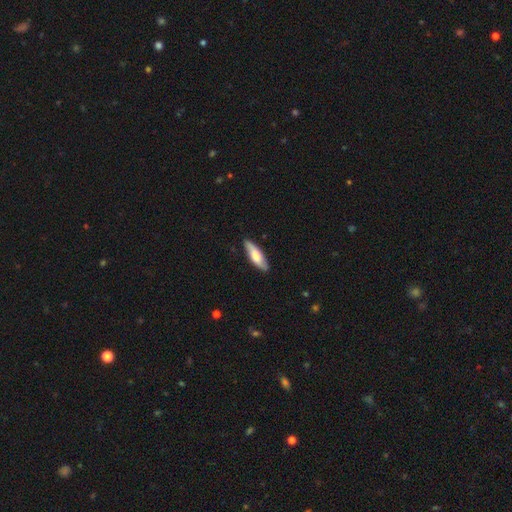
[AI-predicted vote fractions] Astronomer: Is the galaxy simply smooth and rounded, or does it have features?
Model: smooth — 66%.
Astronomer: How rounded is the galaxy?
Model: cigar-shaped — 50% (runner-up: in between, 48%).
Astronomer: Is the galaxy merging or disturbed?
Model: none — 83%.